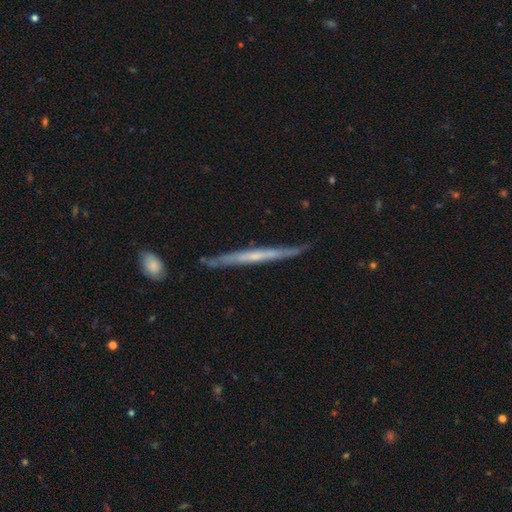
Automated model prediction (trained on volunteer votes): smooth-or-featured: featured or disk: 64% | smooth: 30% | star or artifact: 6%
  disk-edge-on: yes: 95% | no: 5%
    edge-on-bulge: none: 77% | rounded: 16% | boxy: 7%
  merging: none: 81% | minor disturbance: 14% | major disturbance: 2% | merger: 2%